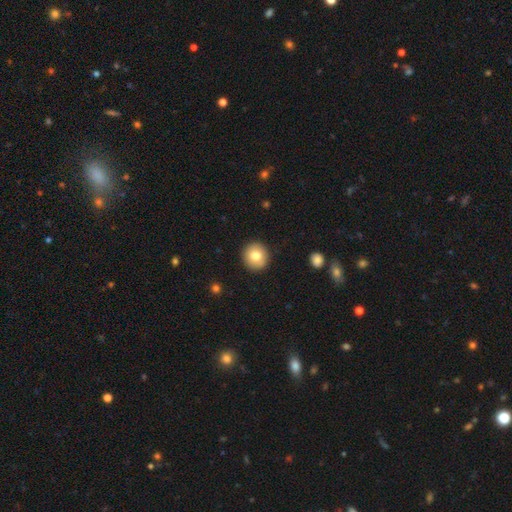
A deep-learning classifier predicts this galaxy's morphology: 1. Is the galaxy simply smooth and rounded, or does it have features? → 79% smooth, 13% featured or disk, 9% star or artifact.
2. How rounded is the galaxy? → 91% round, 8% in between, 1% cigar-shaped.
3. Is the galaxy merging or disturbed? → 91% none, 6% minor disturbance, 2% major disturbance, 1% merger.